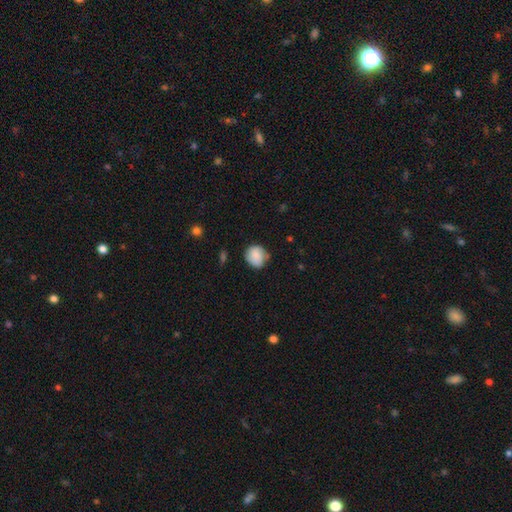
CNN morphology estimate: Overall: smooth (80%). How rounded: round (76%). Merging: none (67%).